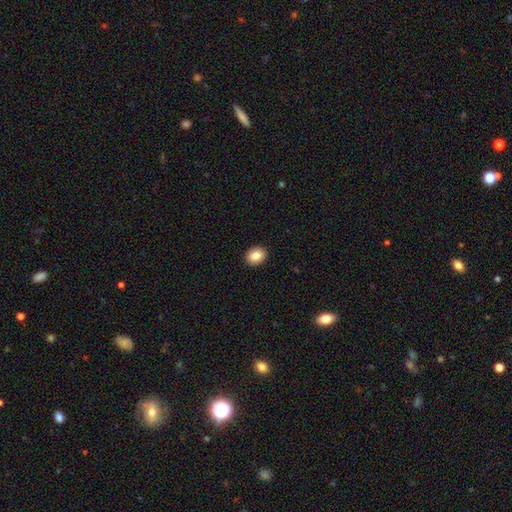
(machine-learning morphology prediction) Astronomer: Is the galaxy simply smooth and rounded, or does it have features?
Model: smooth — 86%.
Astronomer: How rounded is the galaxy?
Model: in between — 61% (runner-up: round, 38%).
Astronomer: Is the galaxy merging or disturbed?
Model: none — 92%.